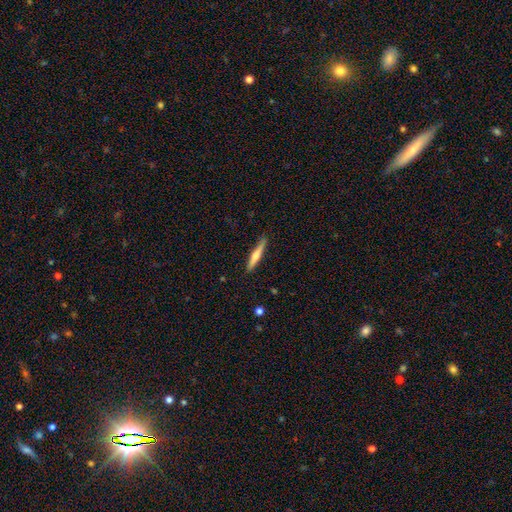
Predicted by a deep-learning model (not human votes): Overall: featured or disk (49%; smooth 46%). Merging: none (89%).